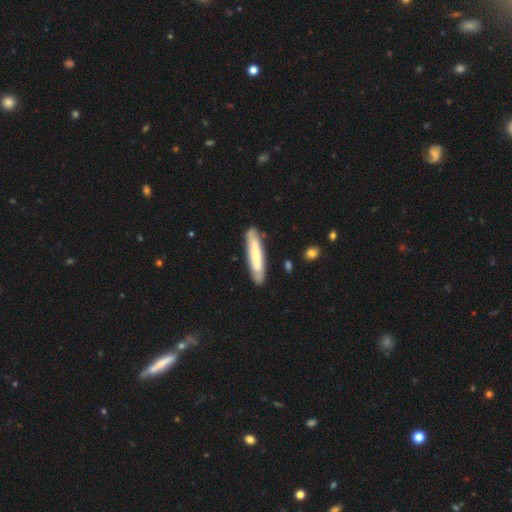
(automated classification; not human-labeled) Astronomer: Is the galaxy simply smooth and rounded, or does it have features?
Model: smooth — 51% (runner-up: featured or disk, 44%).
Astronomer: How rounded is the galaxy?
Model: cigar-shaped — 85%.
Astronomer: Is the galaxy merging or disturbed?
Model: none — 82%.